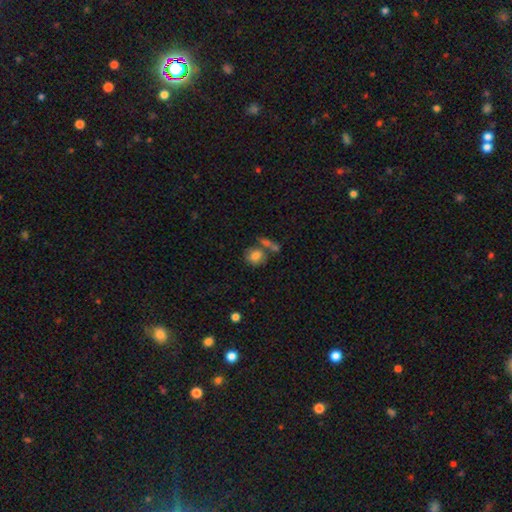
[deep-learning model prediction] Smooth or featured: smooth — 76% (featured or disk — 15%)
How rounded: round — 60% (in between — 37%)
Merging: none — 47% (merger — 29%)